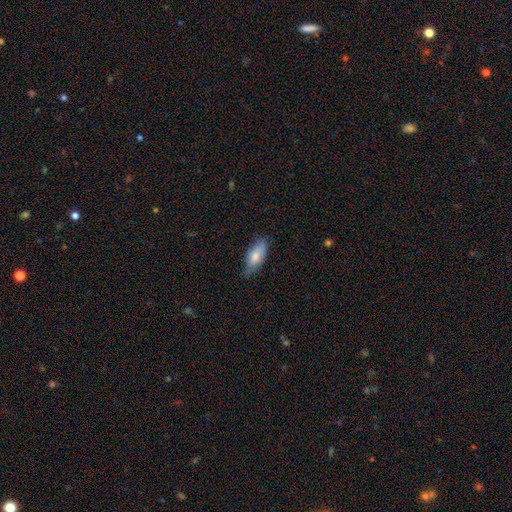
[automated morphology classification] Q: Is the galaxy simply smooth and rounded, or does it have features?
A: smooth — 77%.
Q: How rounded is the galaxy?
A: in between — 85%.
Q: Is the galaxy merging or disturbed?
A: none — 65%.